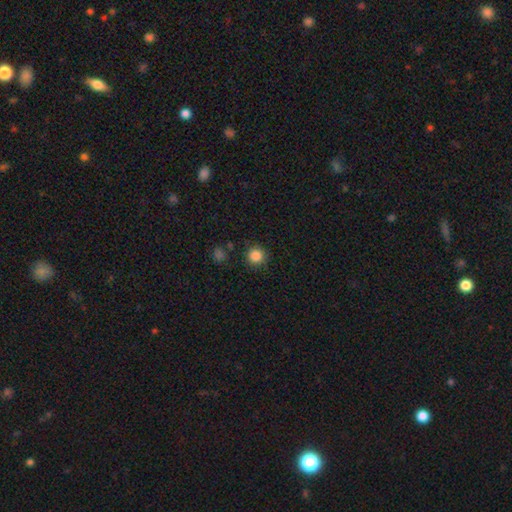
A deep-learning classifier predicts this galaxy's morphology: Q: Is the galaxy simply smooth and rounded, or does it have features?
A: smooth — 86%.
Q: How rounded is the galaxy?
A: round — 95%.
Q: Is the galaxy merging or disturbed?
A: none — 88%.